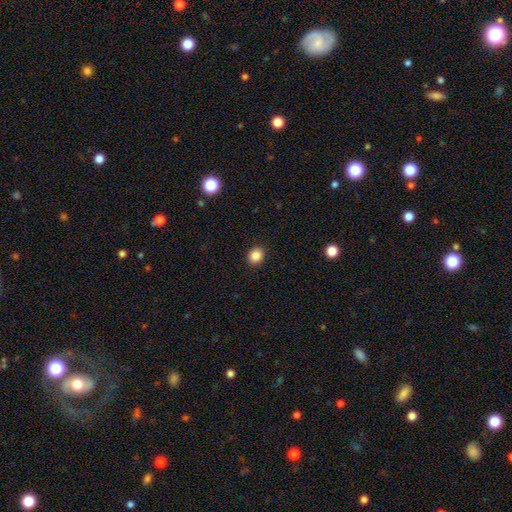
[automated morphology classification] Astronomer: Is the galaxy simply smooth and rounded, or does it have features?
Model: smooth — 86%.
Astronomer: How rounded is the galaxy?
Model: round — 70%.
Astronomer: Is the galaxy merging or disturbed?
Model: none — 91%.